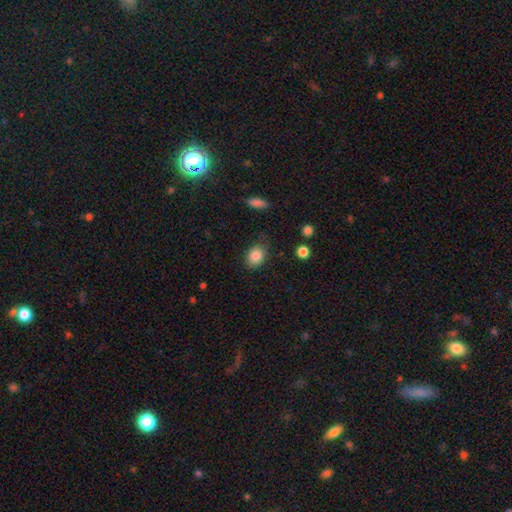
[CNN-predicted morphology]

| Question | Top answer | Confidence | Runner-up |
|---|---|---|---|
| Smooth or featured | smooth | 85% | star or artifact (9%) |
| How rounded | in between | 63% | round (36%) |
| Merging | none | 77% | minor disturbance (17%) |